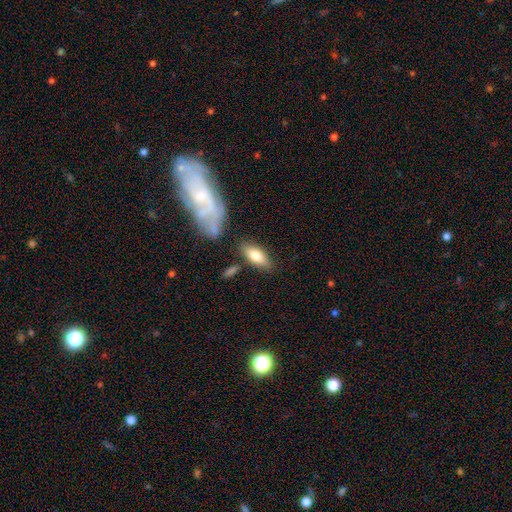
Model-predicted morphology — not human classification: type=smooth (74%); roundness=in between (82%); merging=none (72%).